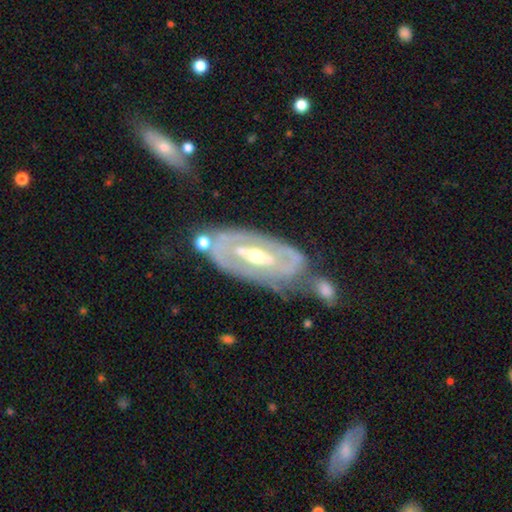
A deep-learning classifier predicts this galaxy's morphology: The model was most divided on "bar": strong: 39%, weak: 37%, no: 24%. More confident: edge-on disk — no (91%); smooth or featured — featured or disk (85%); spiral arms — yes (78%); spiral winding — tight (69%); merging — none (65%); bulge size — moderate (61%); spiral arm count — 2 (52%).